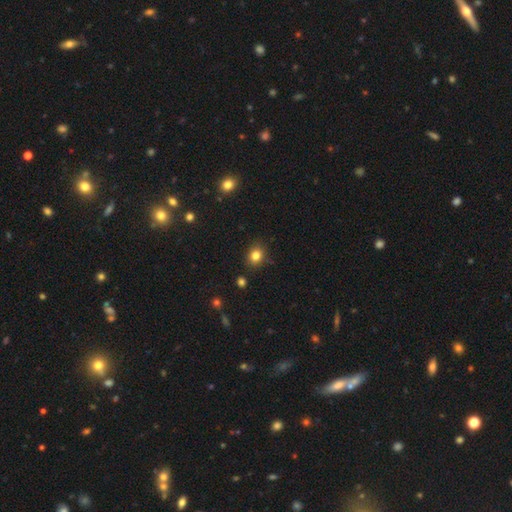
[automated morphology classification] Overall: smooth (81%). How rounded: round (57%; in between 42%). Merging: none (83%).